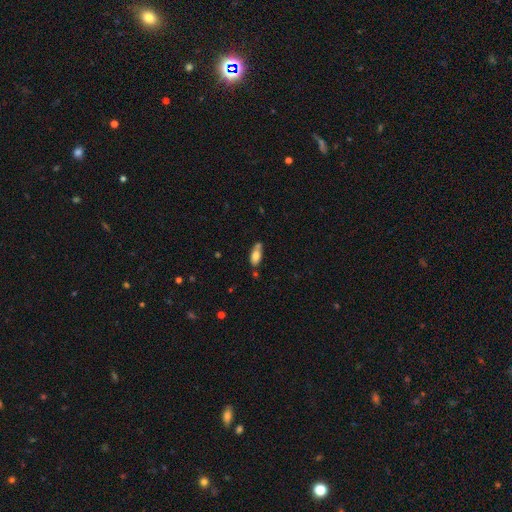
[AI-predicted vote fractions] Smooth or featured?
  - smooth: 75% *
  - featured or disk: 17%
  - star or artifact: 8%
How rounded?
  - in between: 79% *
  - cigar-shaped: 18%
  - round: 3%
Merging?
  - none: 54% *
  - minor disturbance: 25%
  - merger: 15%
  - major disturbance: 6%